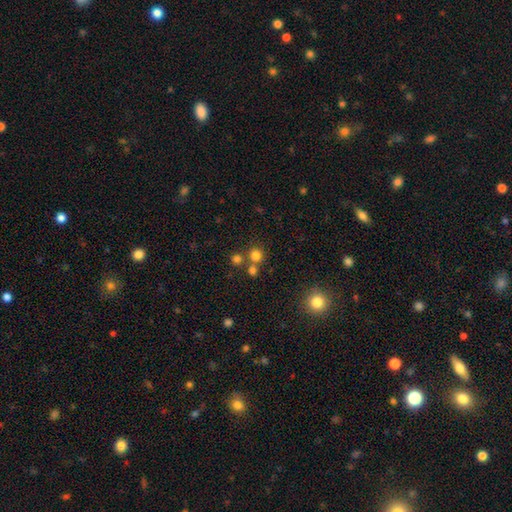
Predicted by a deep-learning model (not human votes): This is likely a smooth galaxy (76%). How rounded: clearly round (91%). Merging: likely none (67%).